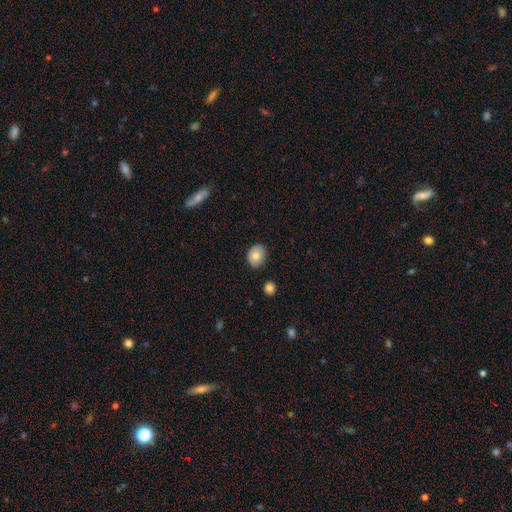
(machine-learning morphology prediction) Q: Smooth or featured?
A: smooth (82%); runner-up: featured or disk (10%)
Q: How rounded?
A: round (52%); runner-up: in between (47%)
Q: Merging?
A: none (82%); runner-up: minor disturbance (13%)